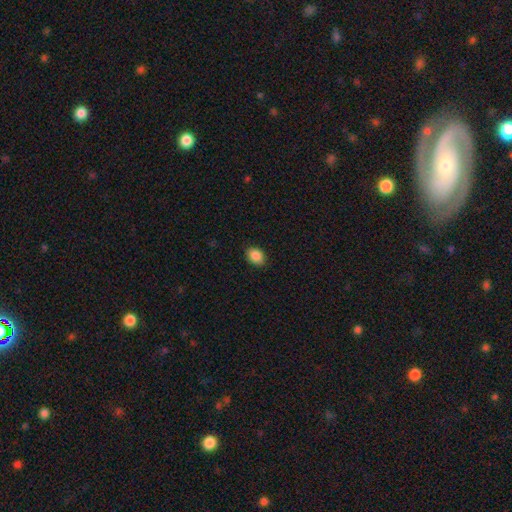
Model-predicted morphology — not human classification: Smooth or featured? smooth (88%)
How rounded? in between (64%)
Merging? none (88%)